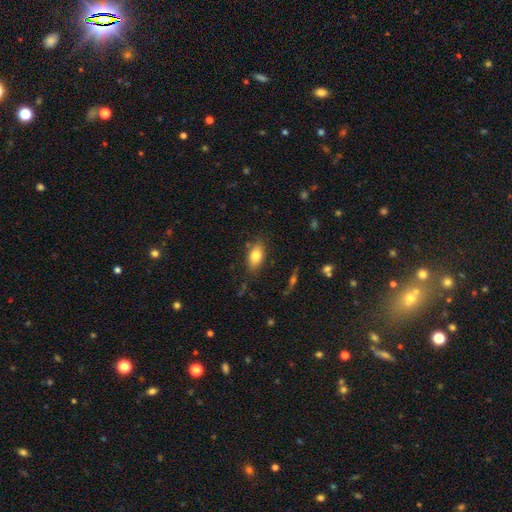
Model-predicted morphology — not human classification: A smooth galaxy with no disk features (79%) that is in between round and cigar-shaped (87%). Merging: none (80%).